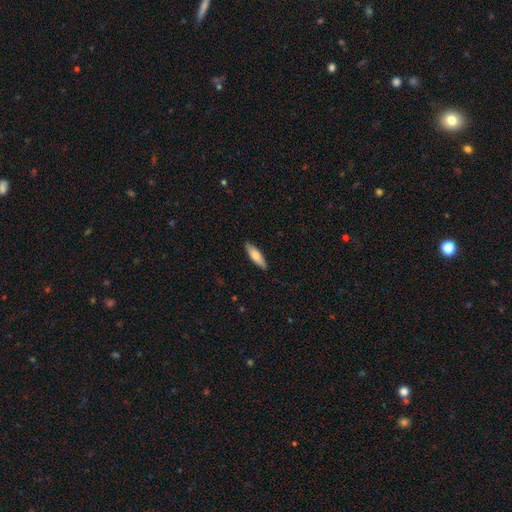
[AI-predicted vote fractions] A smooth galaxy with no disk features (74%) that is cigar-shaped (56%).

Vote fractions:
- Smooth or featured? smooth: 74% / featured or disk: 21% / star or artifact: 5%
- How rounded? cigar-shaped: 56% / in between: 43% / round: 2%
- Merging? none: 87% / minor disturbance: 10% / major disturbance: 2% / merger: 1%